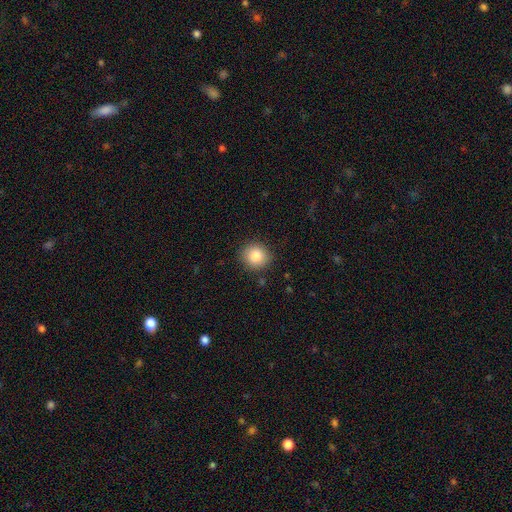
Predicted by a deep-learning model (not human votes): The model was most divided on "how rounded": round: 87%, in between: 12%, cigar-shaped: 1%. More confident: merging — none (88%); smooth or featured — smooth (85%).